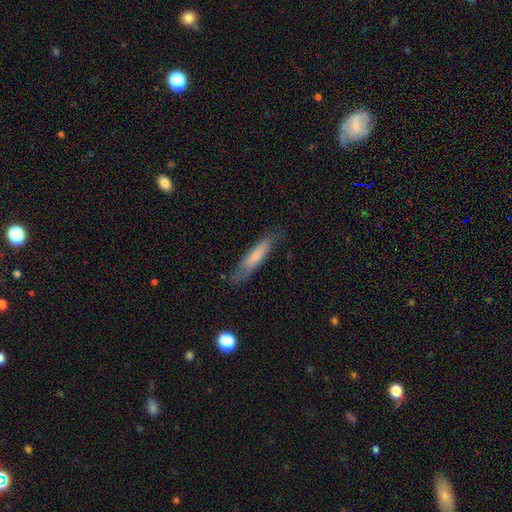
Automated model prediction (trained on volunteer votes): The model was most divided on "smooth or featured": smooth: 70%, featured or disk: 24%, star or artifact: 6%. More confident: how rounded — cigar-shaped (82%); merging — none (76%).